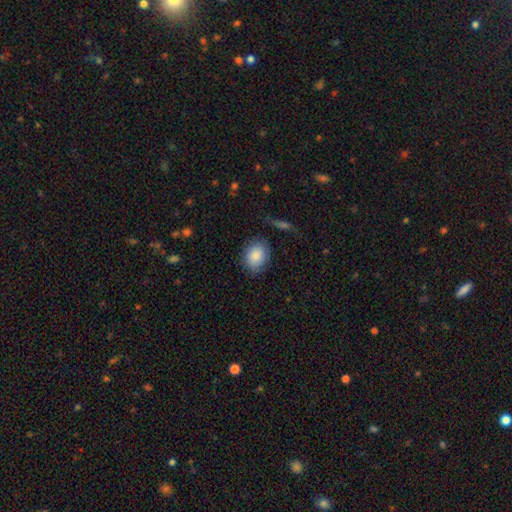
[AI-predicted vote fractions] A smooth galaxy with no disk features (85%) that is round (50%). Merging: none (78%).